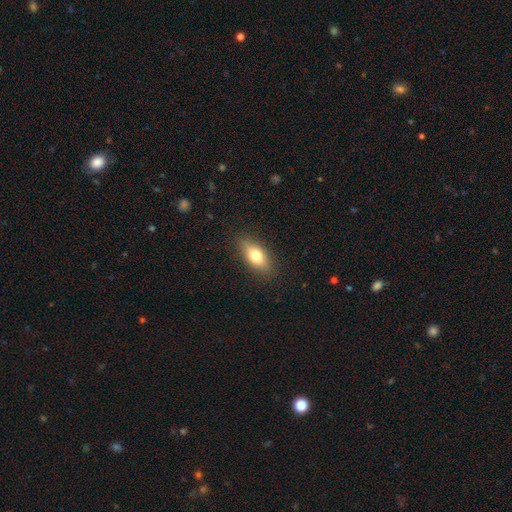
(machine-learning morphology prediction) Smooth or featured?
  - smooth: 75% *
  - featured or disk: 18%
  - star or artifact: 7%
How rounded?
  - in between: 80% *
  - cigar-shaped: 14%
  - round: 5%
Merging?
  - none: 85% *
  - minor disturbance: 11%
  - major disturbance: 3%
  - merger: 1%